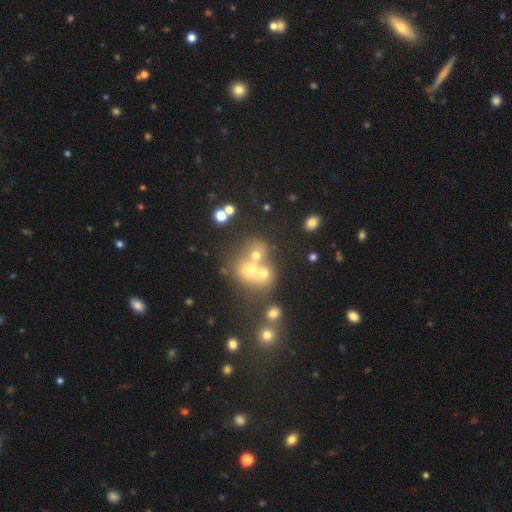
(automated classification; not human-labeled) smooth-or-featured: smooth: 57% | featured or disk: 22% | star or artifact: 21%
  how-rounded: round: 70% | in between: 29% | cigar-shaped: 1%
  merging: merger: 55% | none: 32% | minor disturbance: 7% | major disturbance: 5%